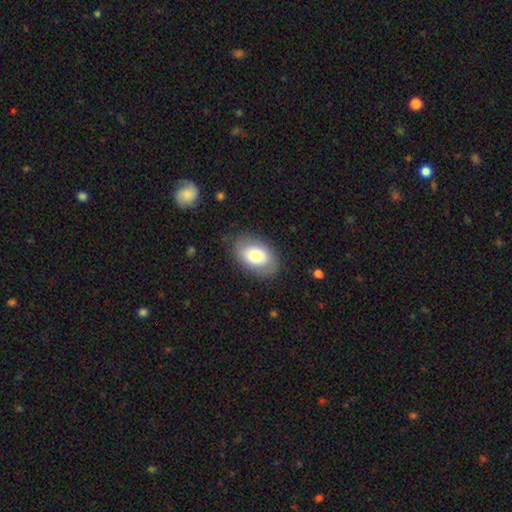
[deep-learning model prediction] Smooth or featured? smooth (73%)
How rounded? in between (88%)
Merging? none (80%)